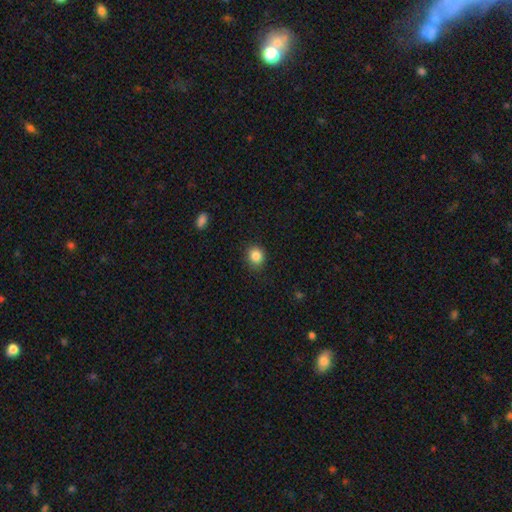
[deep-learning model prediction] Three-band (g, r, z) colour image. It shows a smooth galaxy with no disk features (86%) that is round (77%). Merging: none (86%).